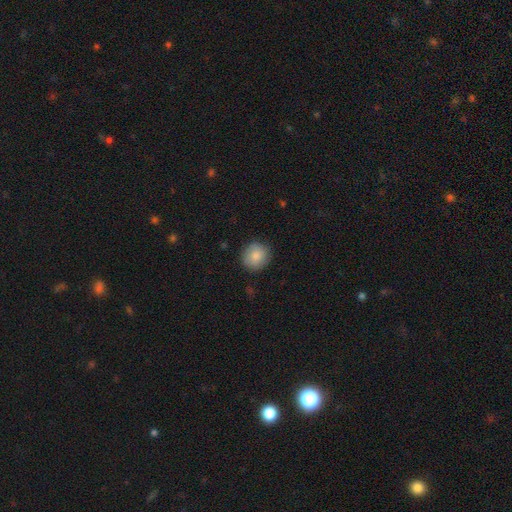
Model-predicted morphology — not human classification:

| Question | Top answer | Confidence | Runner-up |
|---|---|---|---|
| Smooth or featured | smooth | 84% | featured or disk (9%) |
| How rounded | round | 88% | in between (11%) |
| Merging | none | 87% | minor disturbance (10%) |